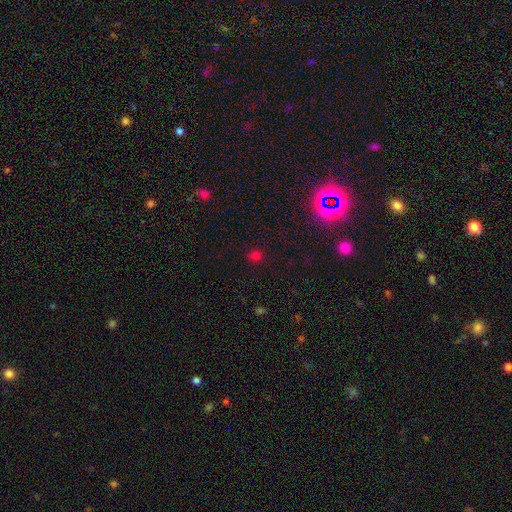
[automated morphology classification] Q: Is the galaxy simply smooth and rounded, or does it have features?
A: smooth — 62%.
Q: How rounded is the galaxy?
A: round — 82%.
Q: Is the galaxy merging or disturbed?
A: none — 81%.